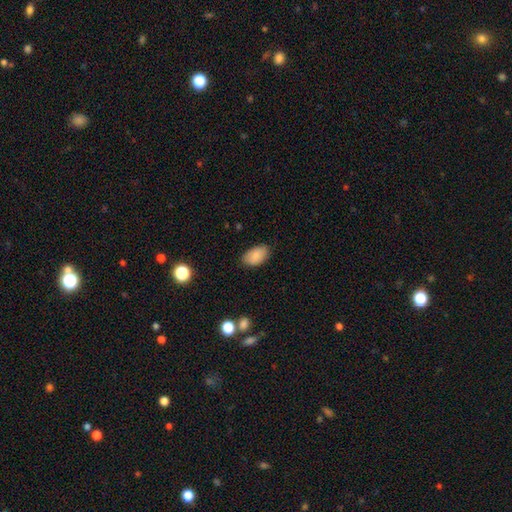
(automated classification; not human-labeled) This is clearly a smooth galaxy (86%). How rounded: clearly in between (93%). Merging: clearly none (83%).